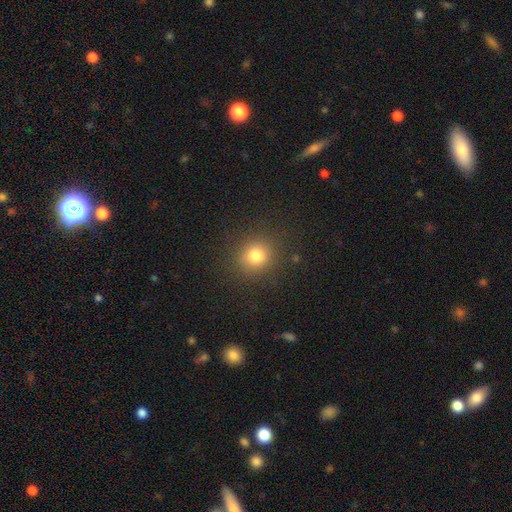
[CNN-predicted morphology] smooth 79%, star or artifact 15%, featured or disk 6%. Down the decision tree: how rounded — round (86%); merging — none (87%).